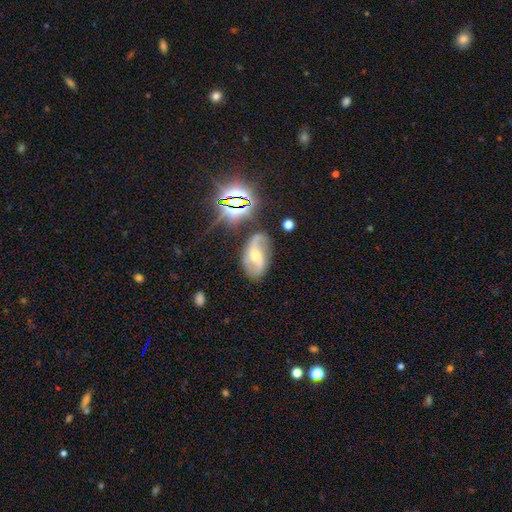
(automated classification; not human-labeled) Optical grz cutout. It shows a featured or disk galaxy (74%) with a weak bar (36%), 2 (86%) loose (54%) spiral arms (91%) and a small central bulge (48%). Merging: none (69%).